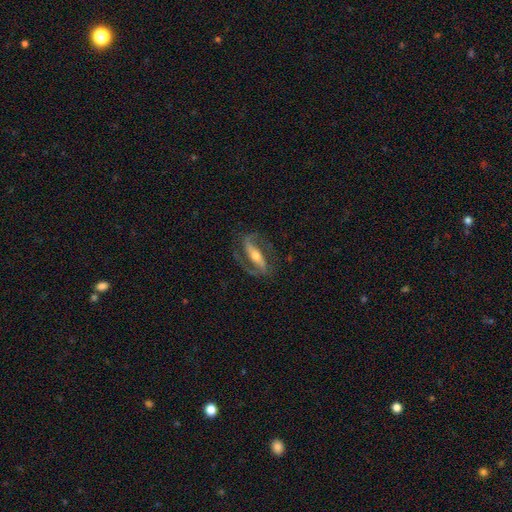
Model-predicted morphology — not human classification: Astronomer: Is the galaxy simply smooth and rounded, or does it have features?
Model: featured or disk — 88%.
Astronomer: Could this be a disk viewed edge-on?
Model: no — 88%.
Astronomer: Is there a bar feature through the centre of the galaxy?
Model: strong — 65%.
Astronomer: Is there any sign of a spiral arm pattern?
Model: yes — 95%.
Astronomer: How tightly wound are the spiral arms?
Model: medium — 50% (runner-up: loose, 27%).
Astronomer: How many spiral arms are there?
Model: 2 — 91%.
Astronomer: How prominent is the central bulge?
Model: moderate — 55% (runner-up: small, 37%).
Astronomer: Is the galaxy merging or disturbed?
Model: none — 77%.